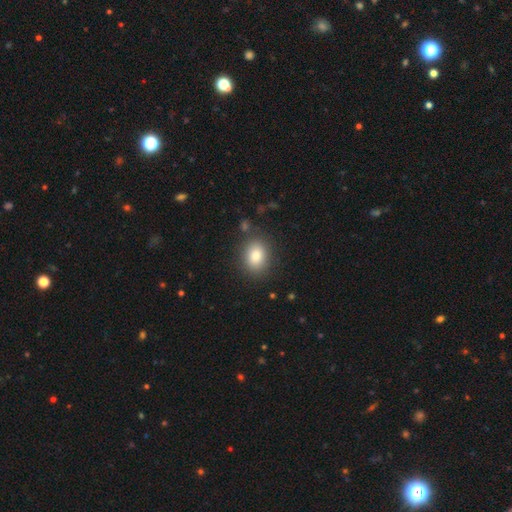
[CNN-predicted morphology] The model was most divided on "how rounded": in between: 62%, round: 37%, cigar-shaped: 1%. More confident: merging — none (85%); smooth or featured — smooth (84%).